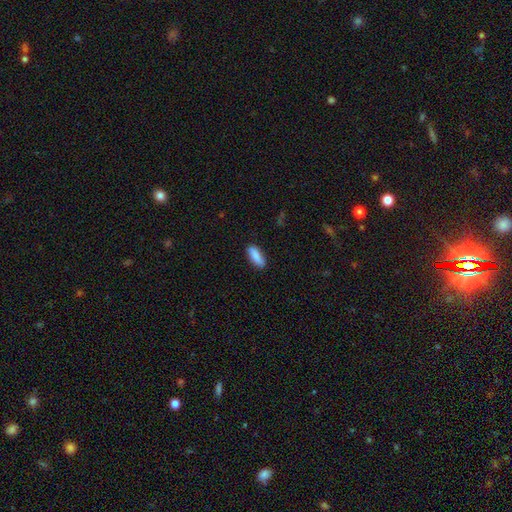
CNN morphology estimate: type=smooth (87%); roundness=in between (64%); merging=none (87%).